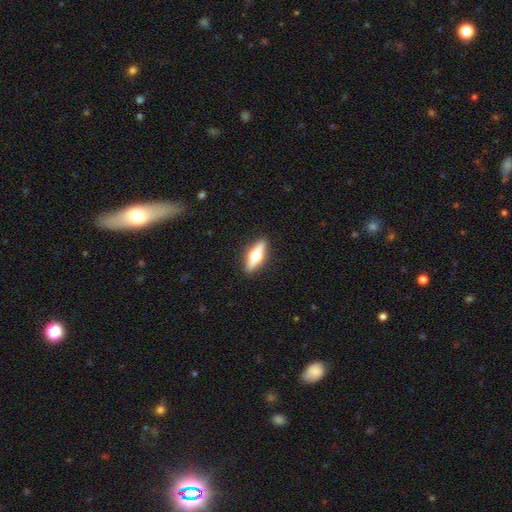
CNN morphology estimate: featured or disk 51%, smooth 43%, star or artifact 6%. Down the decision tree: edge-on disk — yes (91%); merging — none (90%).